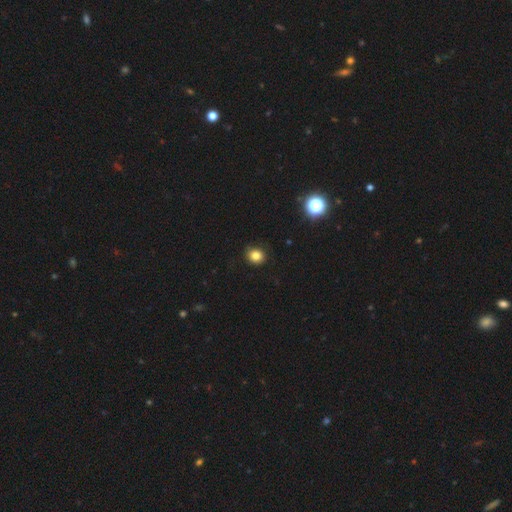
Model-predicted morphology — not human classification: This appears to be a smooth galaxy with no disk features (82%) that is round (79%). Merging: none (86%).